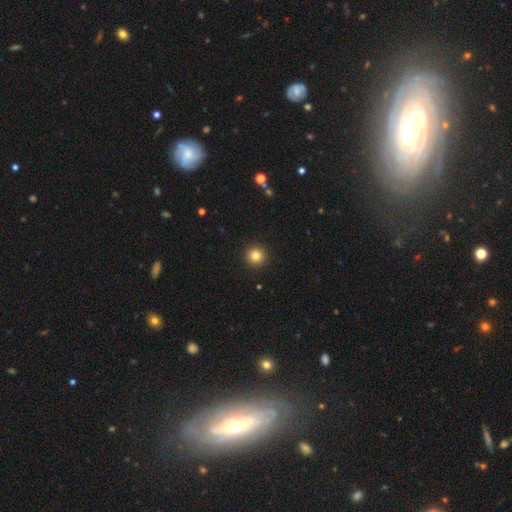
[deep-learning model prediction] Overall: smooth (82%). How rounded: round (95%). Merging: none (93%).